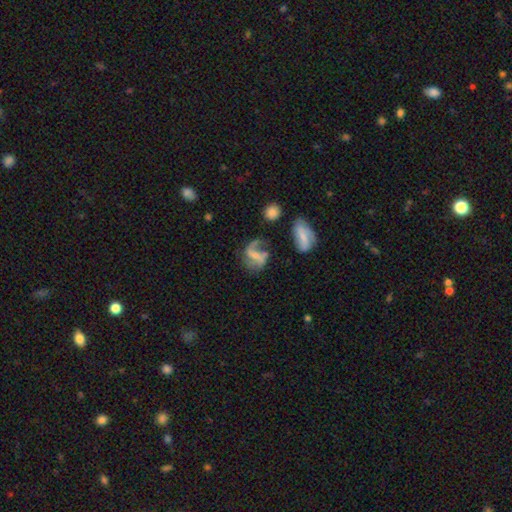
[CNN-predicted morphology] A featured or disk galaxy (74%) with a weak bar (41%), 2 (76%) loose (64%) spiral arms (87%) and no central bulge (45%).

Vote fractions:
- Smooth or featured? featured or disk: 74% / smooth: 18% / star or artifact: 9%
- Edge-on disk? no: 97% / yes: 3%
- Bar? weak: 41% / strong: 32% / no: 26%
- Spiral arms? yes: 87% / no: 13%
- Spiral winding? loose: 64% / medium: 29% / tight: 8%
- Spiral arm count? 2: 76% / 1: 15% / can't tell: 5% / 3: 2% / 4: 1% / more than 4: 1%
- Bulge size? none: 45% / small: 33% / moderate: 18% / large: 3% / dominant: 1%
- Merging? none: 46% / major disturbance: 24% / minor disturbance: 21% / merger: 9%